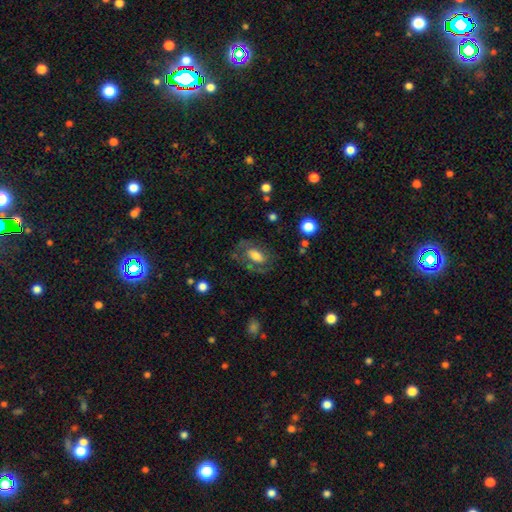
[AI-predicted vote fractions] A smooth galaxy with no disk features (48%).

Vote fractions:
- Smooth or featured? smooth: 48% / featured or disk: 44% / star or artifact: 9%
- Merging? none: 59% / minor disturbance: 20% / major disturbance: 19% / merger: 2%